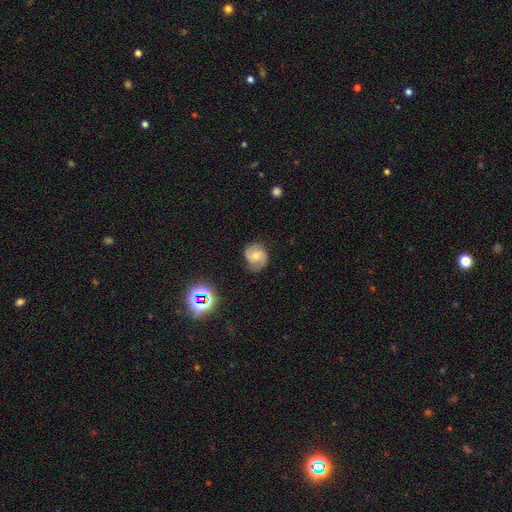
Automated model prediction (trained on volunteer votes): smooth_or_featured: featured or disk (p=0.63) [alt: smooth p=0.27]
disk_edge_on: no (p=0.98) [alt: yes p=0.02]
bar: no (p=0.56) [alt: weak p=0.36]
has_spiral_arms: yes (p=0.92) [alt: no p=0.08]
spiral_winding: medium (p=0.48) [alt: tight p=0.33]
spiral_arm_count: 2 (p=0.83) [alt: can't tell p=0.08]
bulge_size: small (p=0.49) [alt: moderate p=0.43]
merging: none (p=0.77) [alt: minor disturbance p=0.17]